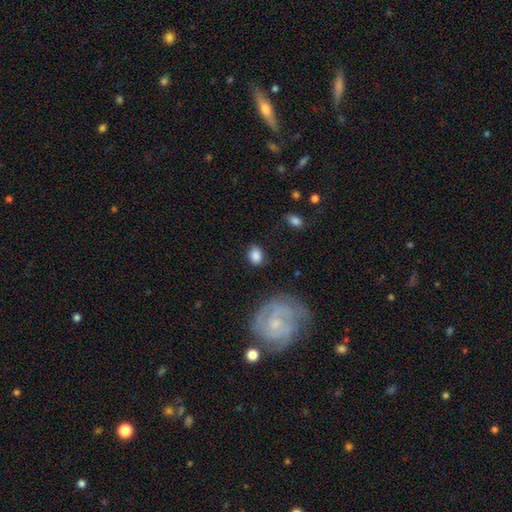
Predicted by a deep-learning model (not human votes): Smooth or featured? Predicted: smooth (p=0.83). How rounded? Predicted: in between (p=0.56). Merging? Predicted: none (p=0.75).